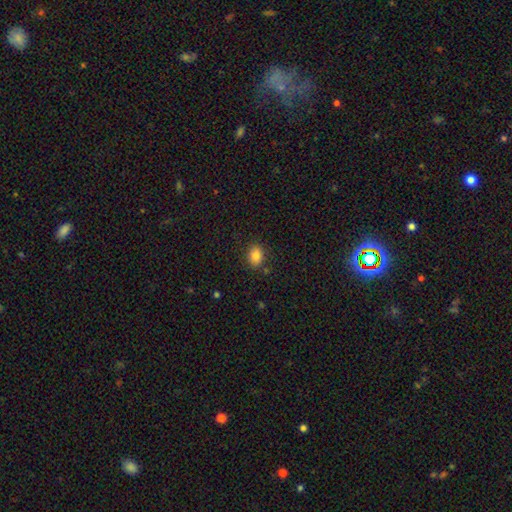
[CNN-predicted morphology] Smooth or featured? smooth (84%)
How rounded? in between (65%)
Merging? none (85%)